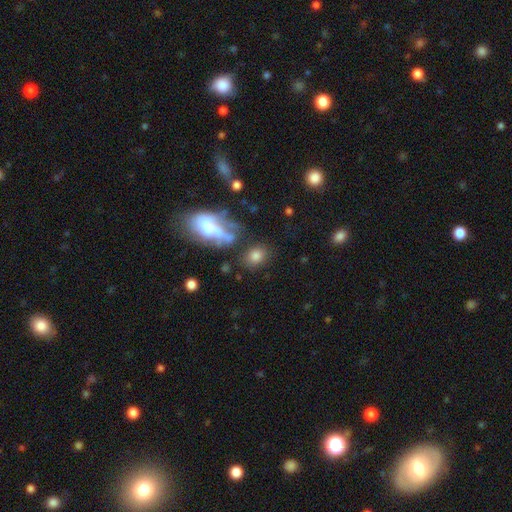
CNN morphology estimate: smooth_or_featured: smooth (p=0.75) [alt: featured or disk p=0.13]
how_rounded: in between (p=0.58) [alt: round p=0.39]
merging: none (p=0.67) [alt: minor disturbance p=0.13]